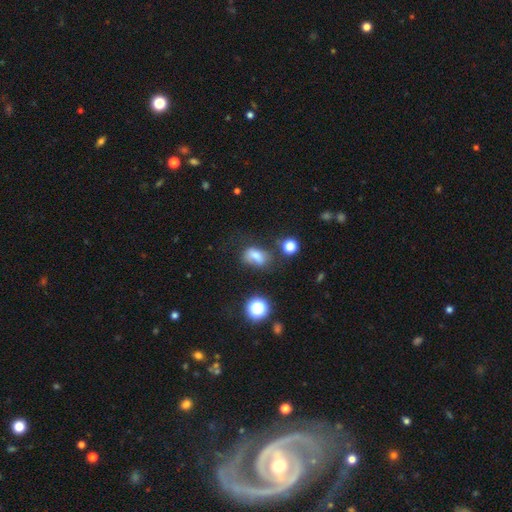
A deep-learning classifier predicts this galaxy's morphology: A smooth galaxy with no disk features (66%) that is in between round and cigar-shaped (78%). Merging: none (41%).